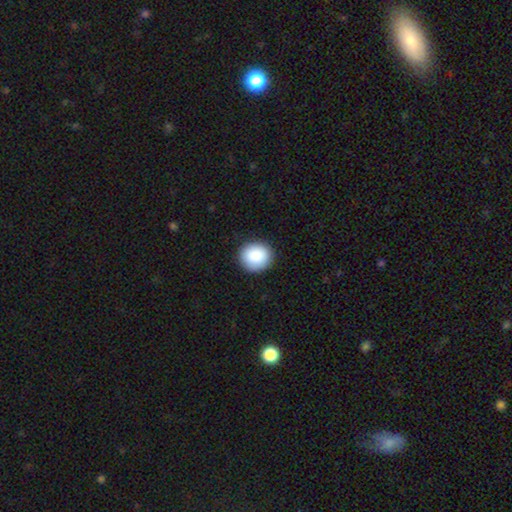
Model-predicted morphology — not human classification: Smooth or featured? smooth (89%)
How rounded? round (84%)
Merging? none (90%)